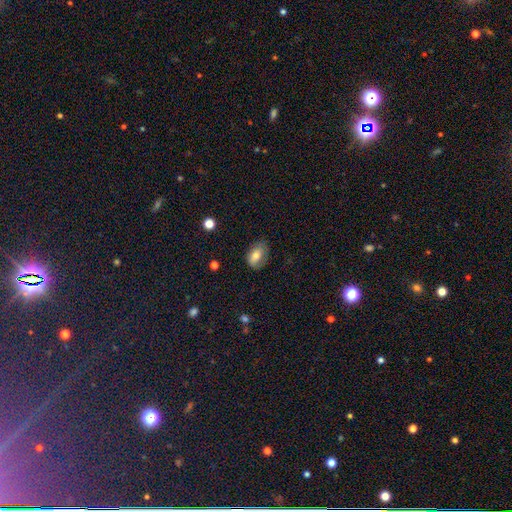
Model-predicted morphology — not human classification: A smooth galaxy with no disk features (65%) that is in between round and cigar-shaped (85%).

Vote fractions:
- Smooth or featured? smooth: 65% / featured or disk: 26% / star or artifact: 9%
- How rounded? in between: 85% / round: 13% / cigar-shaped: 2%
- Merging? none: 64% / minor disturbance: 26% / major disturbance: 9% / merger: 1%